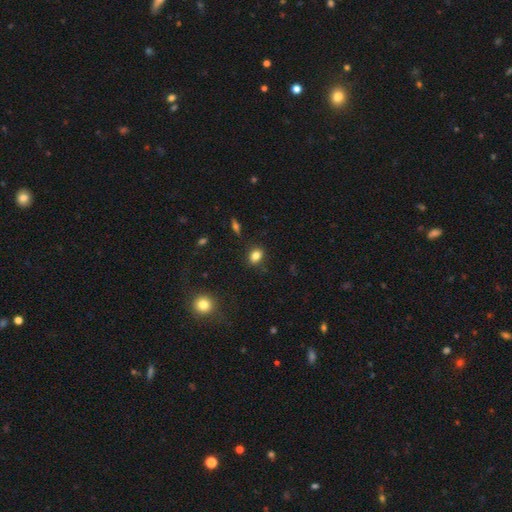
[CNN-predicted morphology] smooth-or-featured: smooth: 83% | star or artifact: 11% | featured or disk: 6%
  how-rounded: in between: 60% | round: 38% | cigar-shaped: 2%
  merging: none: 86% | minor disturbance: 10% | major disturbance: 2% | merger: 2%